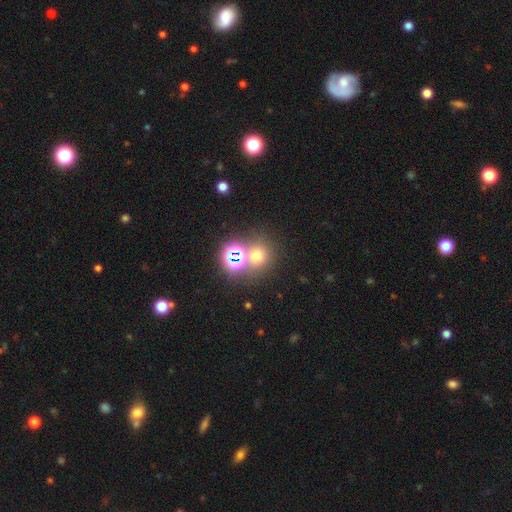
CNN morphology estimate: smooth 57%, star or artifact 34%, featured or disk 9%. Down the decision tree: how rounded — round (86%); merging — none (64%).